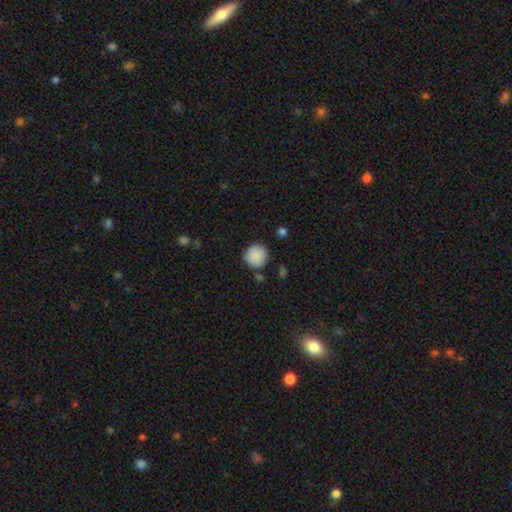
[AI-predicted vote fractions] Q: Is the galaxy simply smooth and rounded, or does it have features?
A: smooth — 88%.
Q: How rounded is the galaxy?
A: round — 92%.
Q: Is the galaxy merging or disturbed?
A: none — 80%.